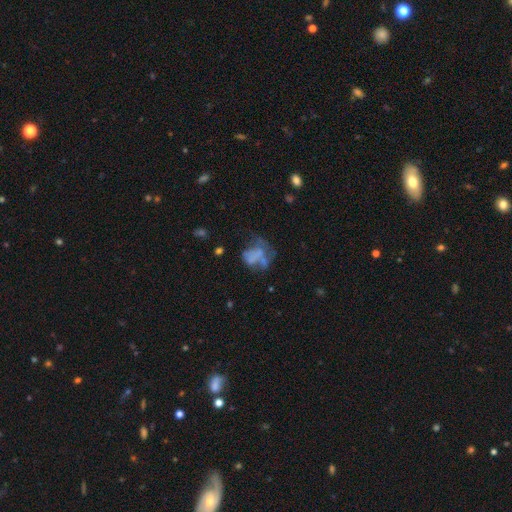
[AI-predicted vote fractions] A featured or disk galaxy (45%).

Vote fractions:
- Smooth or featured? featured or disk: 45% / smooth: 41% / star or artifact: 14%
- Merging? major disturbance: 40% / none: 25% / minor disturbance: 18% / merger: 16%